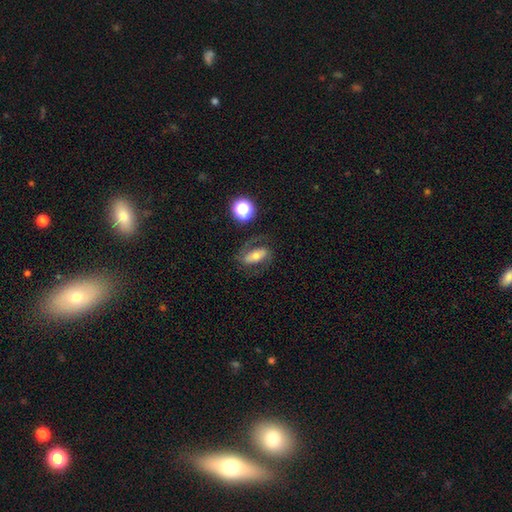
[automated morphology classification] smooth-or-featured: featured or disk: 54% | smooth: 35% | star or artifact: 10%
  disk-edge-on: no: 89% | yes: 11%
  merging: none: 68% | minor disturbance: 16% | major disturbance: 13% | merger: 3%